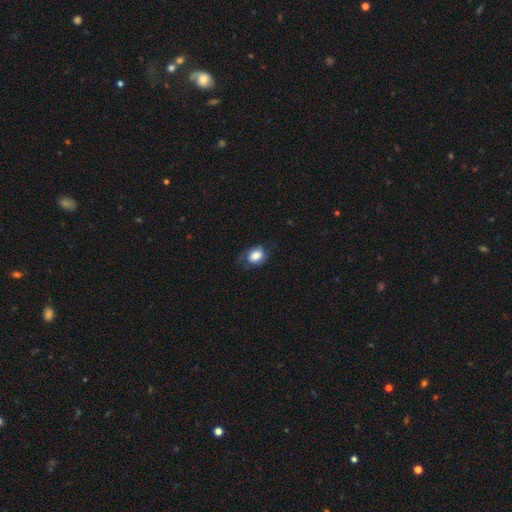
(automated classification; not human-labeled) Morphology: type=smooth (75%); roundness=in between (71%); merging=none (58%).